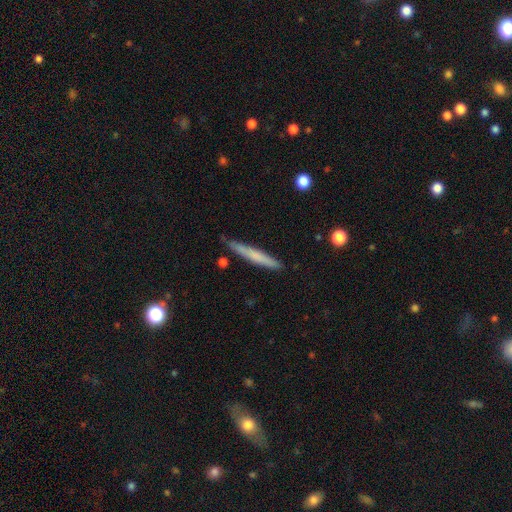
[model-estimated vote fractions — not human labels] Q: Smooth or featured?
A: smooth (62%); runner-up: featured or disk (32%)
Q: How rounded?
A: cigar-shaped (96%); runner-up: in between (3%)
Q: Merging?
A: none (85%); runner-up: minor disturbance (11%)